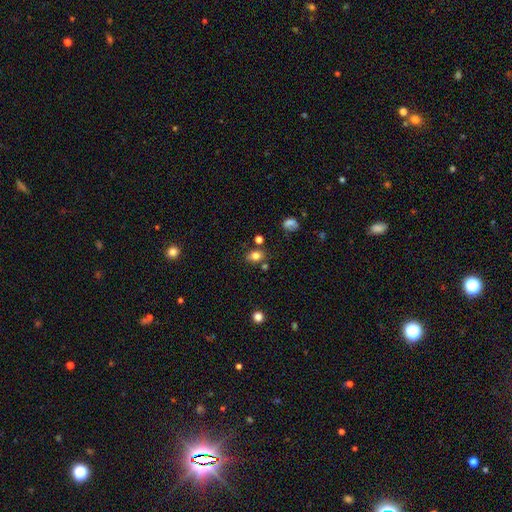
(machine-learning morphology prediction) A smooth galaxy with no disk features (79%) that is in between round and cigar-shaped (67%).

Vote fractions:
- Smooth or featured? smooth: 79% / star or artifact: 12% / featured or disk: 9%
- How rounded? in between: 67% / round: 32% / cigar-shaped: 1%
- Merging? none: 73% / minor disturbance: 15% / merger: 9% / major disturbance: 4%